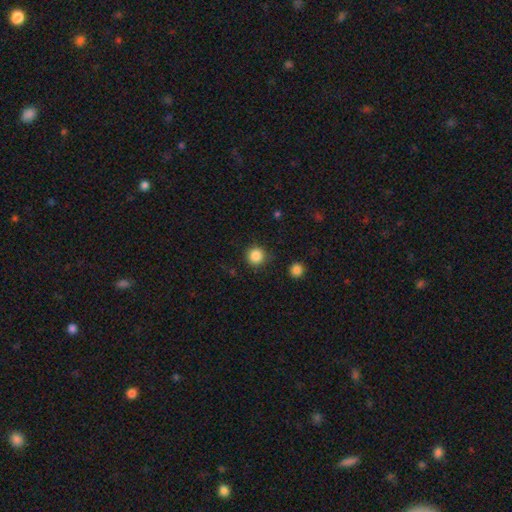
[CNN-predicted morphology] smooth-or-featured: smooth: 86% | star or artifact: 11% | featured or disk: 3%
  how-rounded: round: 94% | in between: 5% | cigar-shaped: 1%
  merging: none: 89% | minor disturbance: 7% | major disturbance: 3% | merger: 2%